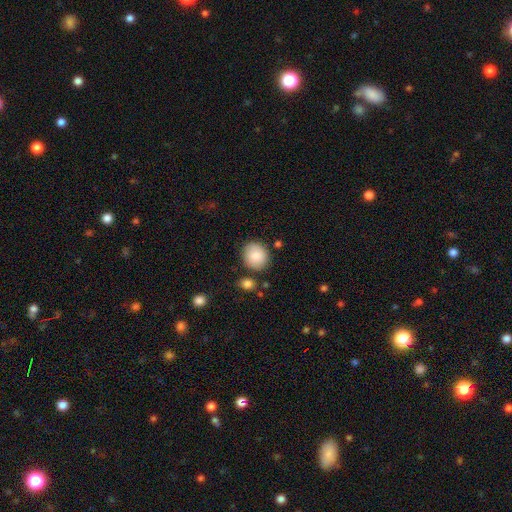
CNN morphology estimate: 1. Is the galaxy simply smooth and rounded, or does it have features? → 86% smooth, 7% star or artifact, 7% featured or disk.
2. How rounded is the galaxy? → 77% round, 22% in between, 1% cigar-shaped.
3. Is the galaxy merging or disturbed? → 82% none, 11% minor disturbance, 4% merger, 3% major disturbance.